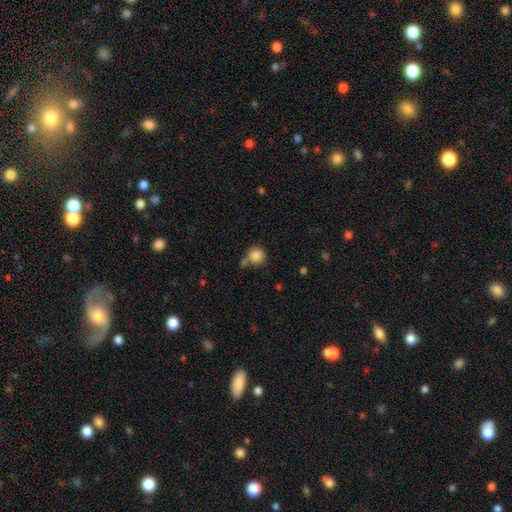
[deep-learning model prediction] smooth_or_featured: smooth (p=0.86) [alt: star or artifact p=0.09]
how_rounded: round (p=0.92) [alt: in between p=0.07]
merging: none (p=0.68) [alt: merger p=0.16]